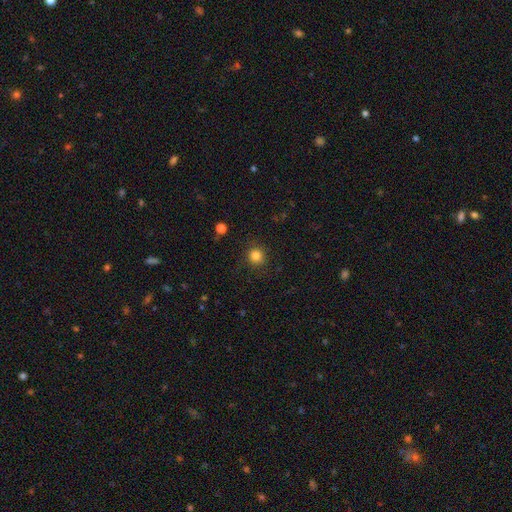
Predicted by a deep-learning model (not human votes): Smooth or featured? smooth (82%)
How rounded? round (92%)
Merging? none (89%)